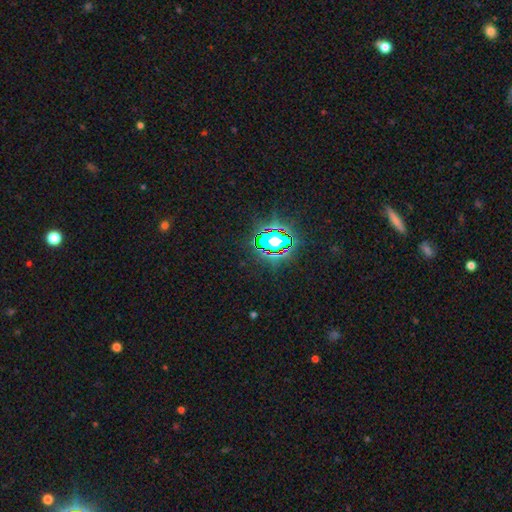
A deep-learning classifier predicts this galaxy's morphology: This appears to be a star or artifact, not a galaxy (80%).